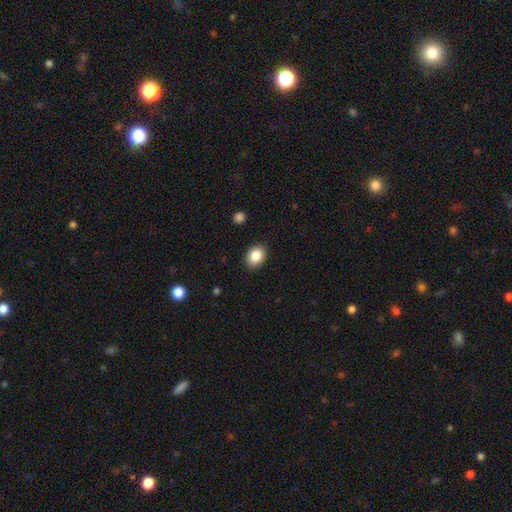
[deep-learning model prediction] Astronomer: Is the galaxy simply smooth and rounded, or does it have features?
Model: smooth — 86%.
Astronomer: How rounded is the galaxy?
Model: in between — 65%.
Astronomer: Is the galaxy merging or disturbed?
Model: none — 88%.